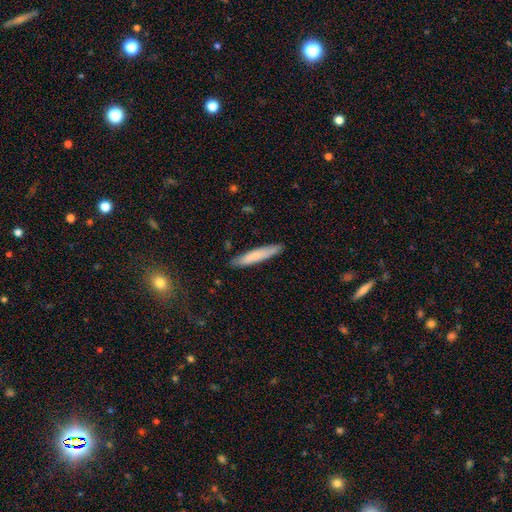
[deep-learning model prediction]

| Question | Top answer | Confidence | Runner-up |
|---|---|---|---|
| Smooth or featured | smooth | 75% | featured or disk (19%) |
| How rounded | cigar-shaped | 92% | in between (7%) |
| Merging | none | 87% | minor disturbance (10%) |